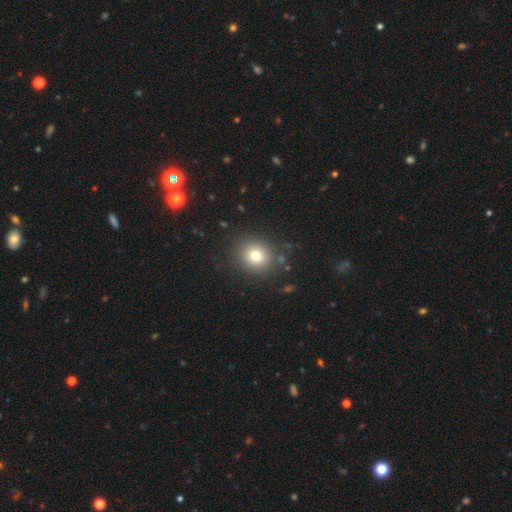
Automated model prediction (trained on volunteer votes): This is likely a smooth galaxy (77%). How rounded: clearly round (82%). Merging: clearly none (86%).